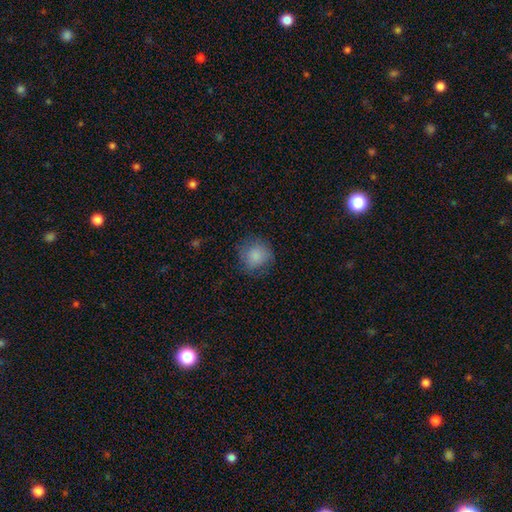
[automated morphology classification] Smooth or featured? smooth (85%)
How rounded? round (88%)
Merging? none (75%)